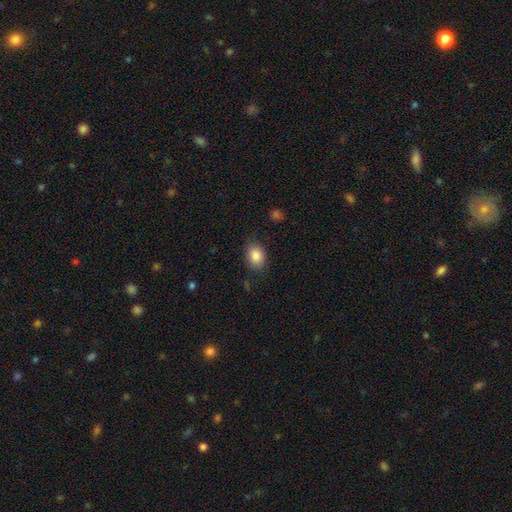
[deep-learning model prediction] This appears to be a smooth galaxy with no disk features (86%) that is in between round and cigar-shaped (71%). Merging: none (77%).